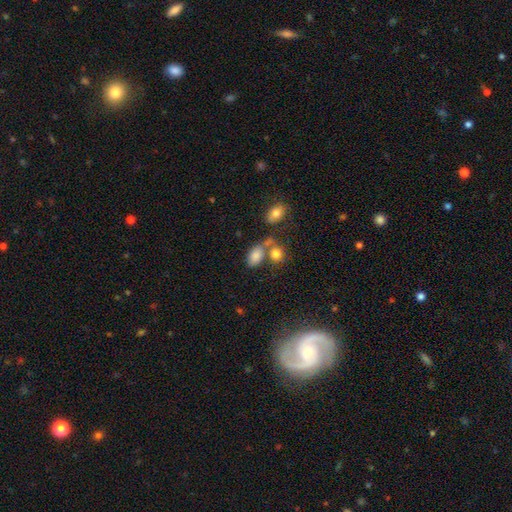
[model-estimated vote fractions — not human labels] A smooth galaxy with no disk features (81%) that is in between round and cigar-shaped (87%).

Vote fractions:
- Smooth or featured? smooth: 81% / star or artifact: 10% / featured or disk: 9%
- How rounded? in between: 87% / round: 11% / cigar-shaped: 2%
- Merging? none: 44% / merger: 34% / minor disturbance: 14% / major disturbance: 7%